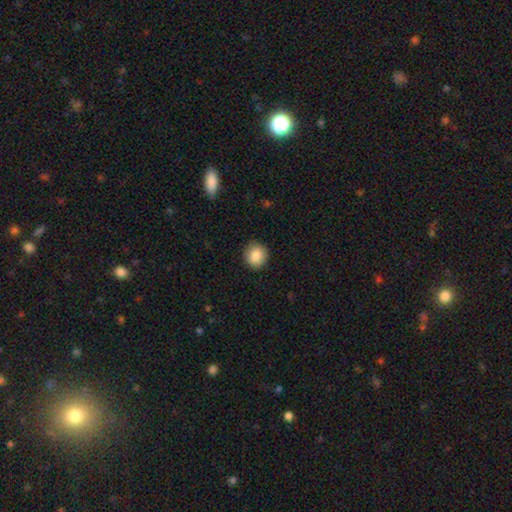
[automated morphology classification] This is clearly a smooth galaxy (86%). How rounded: clearly round (85%). Merging: clearly none (89%).